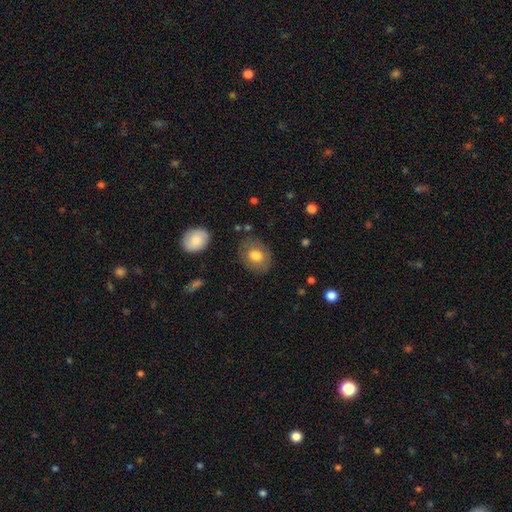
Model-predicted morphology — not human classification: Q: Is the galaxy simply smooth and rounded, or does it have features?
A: smooth — 74%.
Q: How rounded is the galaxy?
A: in between — 53%.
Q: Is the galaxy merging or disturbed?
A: none — 78%.